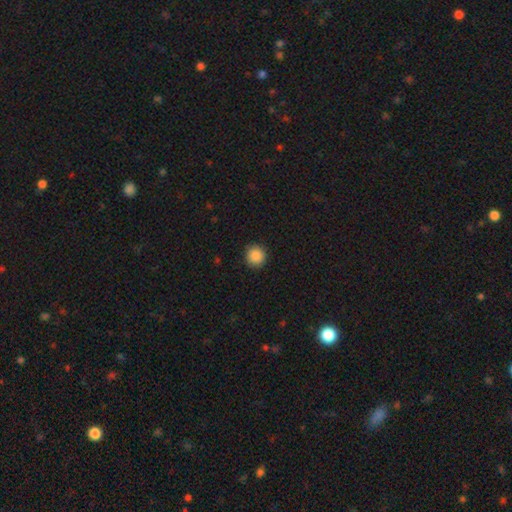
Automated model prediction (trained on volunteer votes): This is clearly a smooth galaxy (88%). How rounded: clearly round (95%). Merging: clearly none (92%).